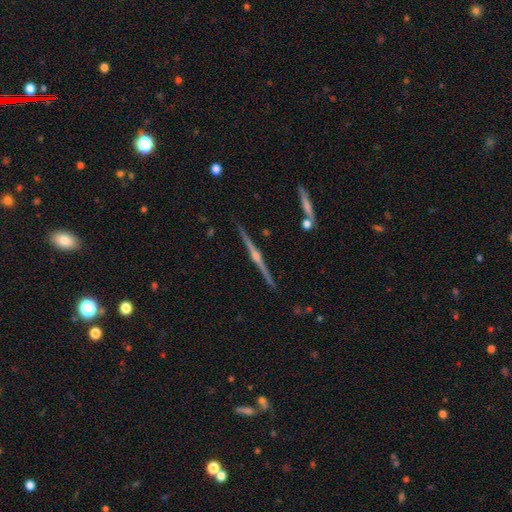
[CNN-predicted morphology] A featured or disk galaxy (84%) viewed edge-on (98%) with a rounded central bulge (87%).

Vote fractions:
- Smooth or featured? featured or disk: 84% / smooth: 9% / star or artifact: 8%
- Edge-on disk? yes: 98% / no: 2%
- Edge-on bulge? rounded: 87% / none: 7% / boxy: 6%
- Merging? none: 89% / minor disturbance: 7% / merger: 2% / major disturbance: 2%